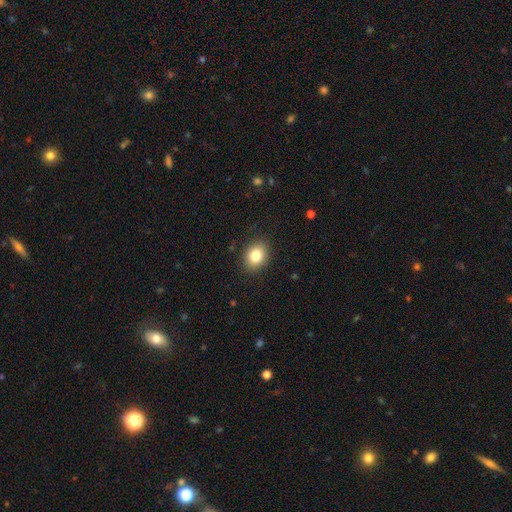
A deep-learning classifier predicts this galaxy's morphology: Overall: smooth (82%). How rounded: in between (51%; round 48%). Merging: none (89%).